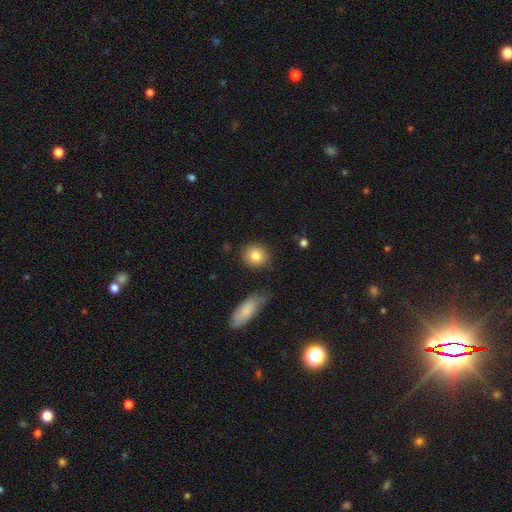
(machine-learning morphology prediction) Smooth or featured: smooth — 83% (featured or disk — 9%)
How rounded: round — 83% (in between — 15%)
Merging: none — 85% (minor disturbance — 10%)